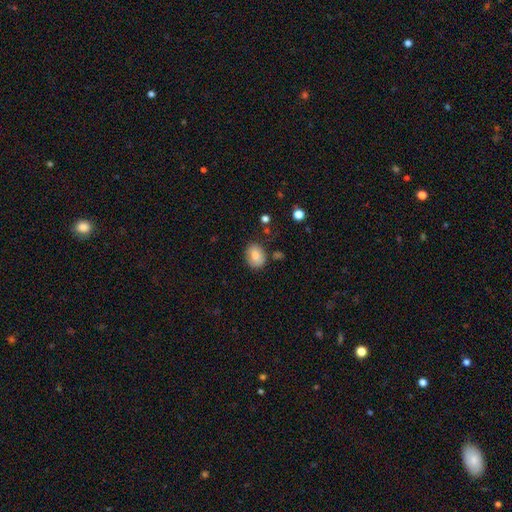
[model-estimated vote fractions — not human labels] Overall: smooth (80%). How rounded: in between (59%; round 40%). Merging: none (76%).